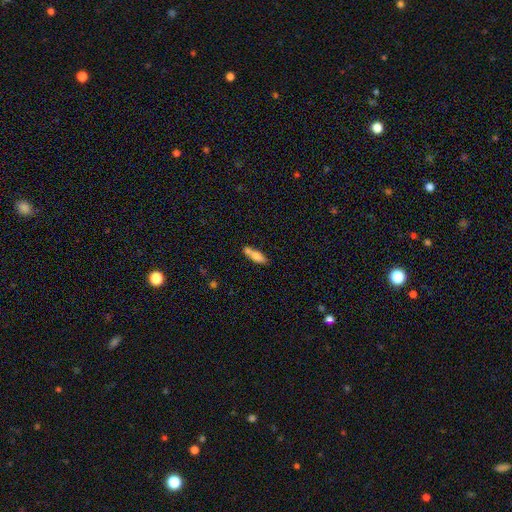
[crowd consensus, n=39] This is likely a smooth galaxy (77%). How rounded: likely in between (73%). Merging: marginally merger (38%).